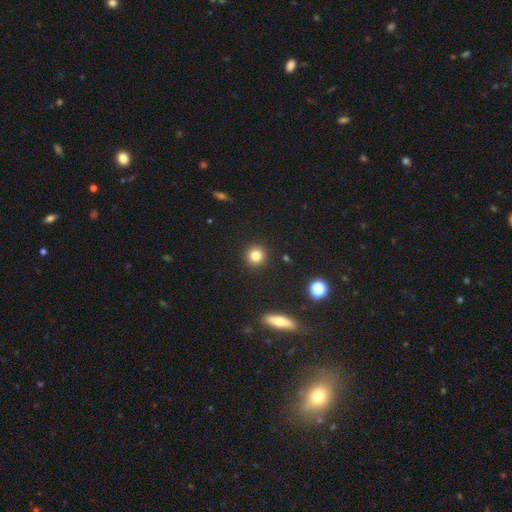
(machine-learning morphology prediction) smooth-or-featured: smooth: 81% | star or artifact: 12% | featured or disk: 7%
  how-rounded: round: 92% | in between: 6% | cigar-shaped: 1%
  merging: none: 92% | minor disturbance: 5% | major disturbance: 2% | merger: 1%